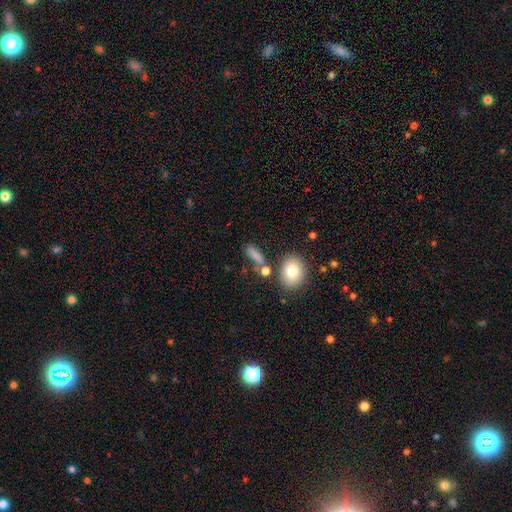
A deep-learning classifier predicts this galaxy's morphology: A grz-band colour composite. It shows a smooth galaxy with no disk features (78%) that is in between round and cigar-shaped (44%). Merging: none (64%).